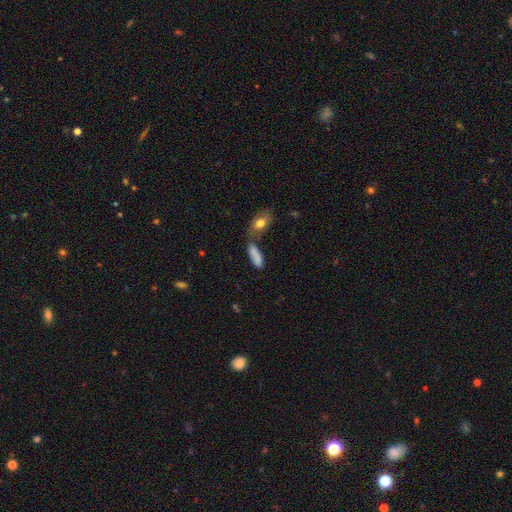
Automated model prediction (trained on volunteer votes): smooth 82%, featured or disk 10%, star or artifact 8%. Down the decision tree: how rounded — in between (62%); merging — none (50%).